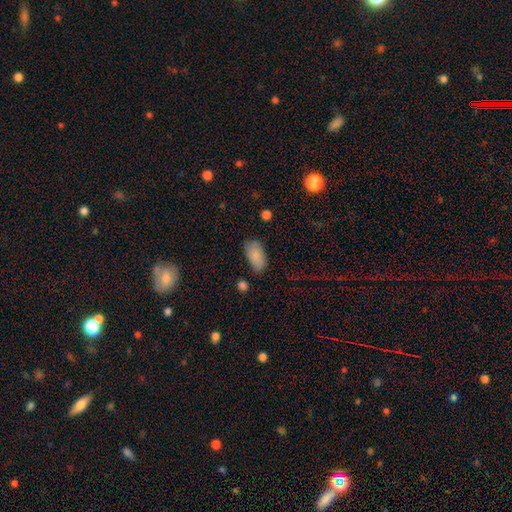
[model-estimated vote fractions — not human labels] This is clearly a smooth galaxy (86%). How rounded: clearly in between (94%). Merging: likely none (77%).